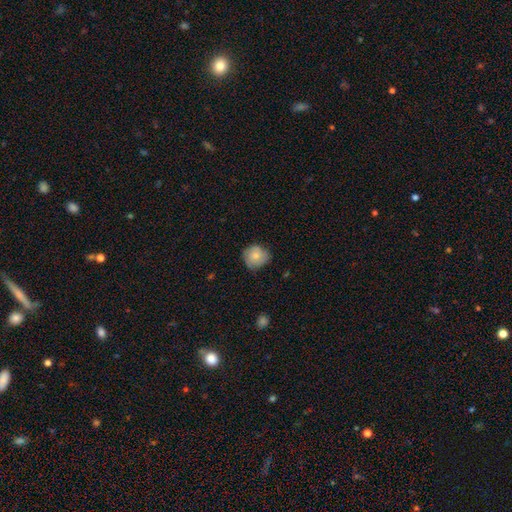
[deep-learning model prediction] Smooth or featured? Predicted: smooth (p=0.74). How rounded? Predicted: round (p=0.86). Merging? Predicted: none (p=0.67).